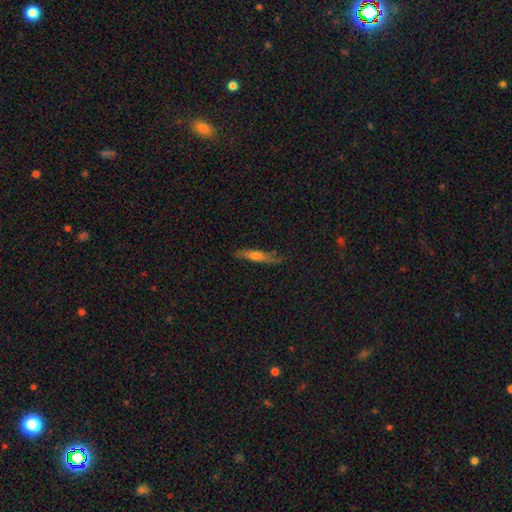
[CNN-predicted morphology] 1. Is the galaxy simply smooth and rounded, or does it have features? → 48% smooth, 44% featured or disk, 7% star or artifact.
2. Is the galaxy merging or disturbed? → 74% none, 20% minor disturbance, 4% major disturbance, 2% merger.